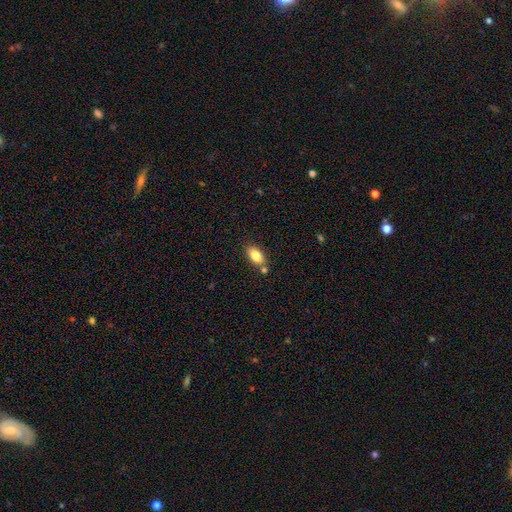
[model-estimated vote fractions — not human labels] The model was most divided on "merging": none: 70%, merger: 14%, minor disturbance: 13%, major disturbance: 3%. More confident: how rounded — in between (89%); smooth or featured — smooth (81%).